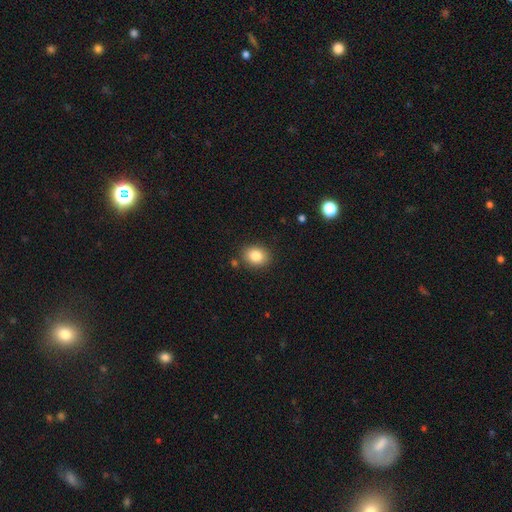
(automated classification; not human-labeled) Smooth or featured?
  - smooth: 84% *
  - star or artifact: 9%
  - featured or disk: 7%
How rounded?
  - round: 54% *
  - in between: 45%
  - cigar-shaped: 1%
Merging?
  - none: 85% *
  - minor disturbance: 9%
  - merger: 3%
  - major disturbance: 2%